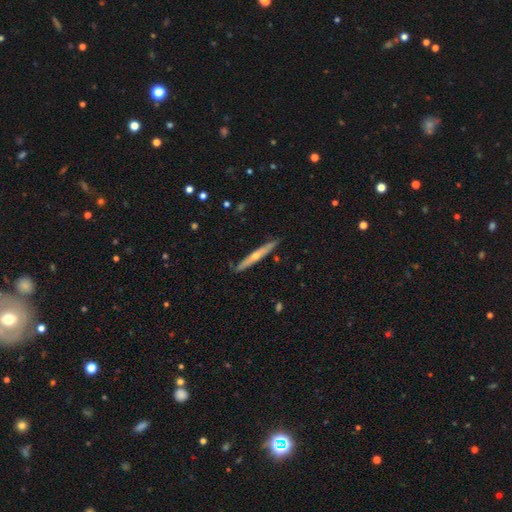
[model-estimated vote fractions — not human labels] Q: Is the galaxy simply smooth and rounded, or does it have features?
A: featured or disk — 65%.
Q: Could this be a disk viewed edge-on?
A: yes — 96%.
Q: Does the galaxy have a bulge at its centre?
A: rounded — 76%.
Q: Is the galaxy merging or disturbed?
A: none — 89%.